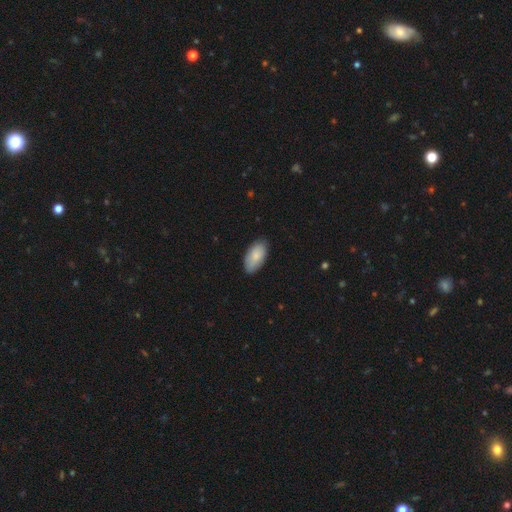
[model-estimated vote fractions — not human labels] A smooth galaxy with no disk features (83%) that is in between round and cigar-shaped (95%).

Vote fractions:
- Smooth or featured? smooth: 83% / featured or disk: 11% / star or artifact: 6%
- How rounded? in between: 95% / cigar-shaped: 3% / round: 2%
- Merging? none: 83% / minor disturbance: 14% / major disturbance: 2% / merger: 1%